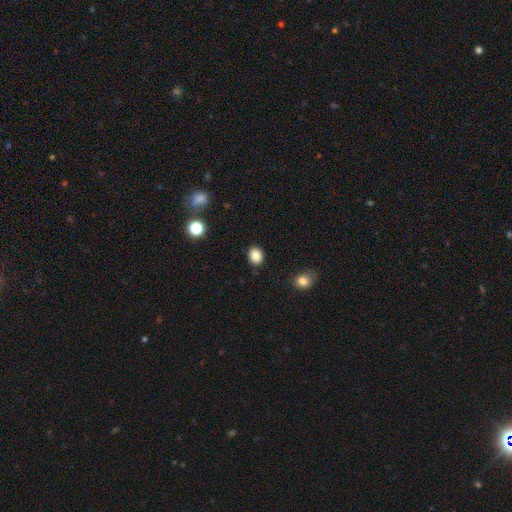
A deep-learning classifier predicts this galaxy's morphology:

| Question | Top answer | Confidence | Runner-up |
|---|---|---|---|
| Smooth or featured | smooth | 86% | star or artifact (10%) |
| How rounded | round | 61% | in between (38%) |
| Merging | none | 88% | minor disturbance (8%) |